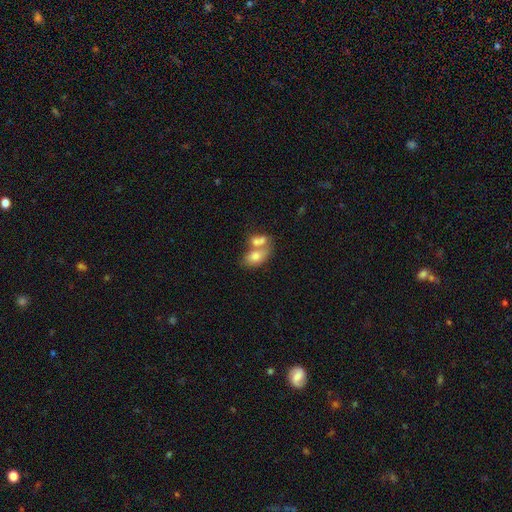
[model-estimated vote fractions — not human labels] This appears to be a smooth galaxy with no disk features (73%) that is in between round and cigar-shaped (84%). Merging: merger (61%).